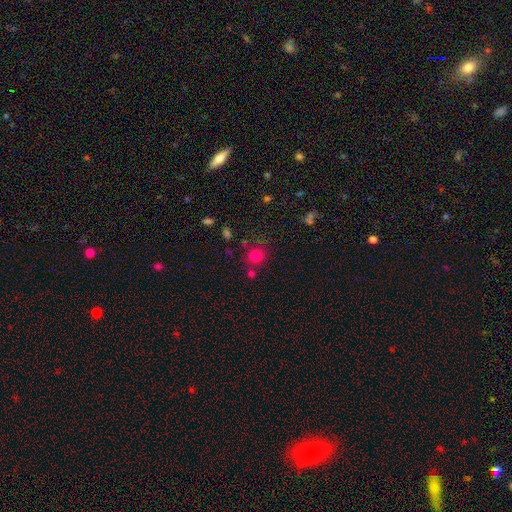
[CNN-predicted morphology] Overall: smooth (76%). How rounded: round (85%). Merging: none (72%).